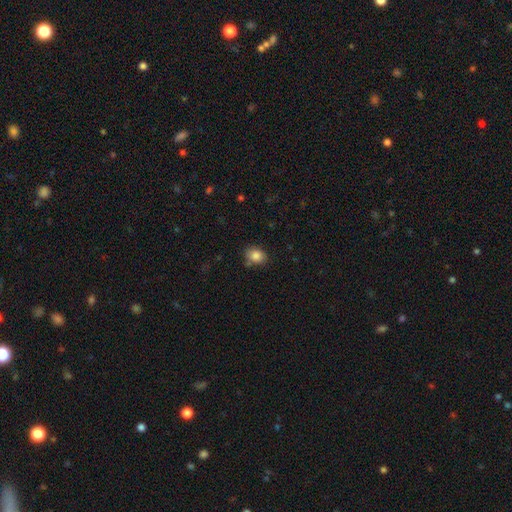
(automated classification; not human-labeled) Smooth or featured: smooth — 85% (star or artifact — 9%)
How rounded: in between — 56% (round — 43%)
Merging: none — 74% (minor disturbance — 17%)